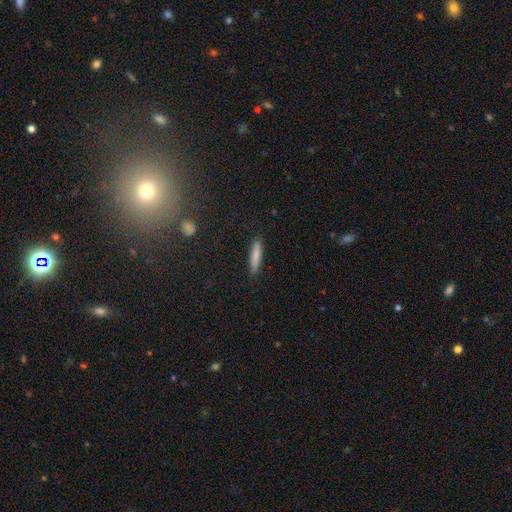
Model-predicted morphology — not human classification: Smooth or featured?
  - smooth: 81% *
  - featured or disk: 13%
  - star or artifact: 7%
How rounded?
  - cigar-shaped: 90% *
  - in between: 9%
  - round: 1%
Merging?
  - none: 89% *
  - minor disturbance: 8%
  - major disturbance: 2%
  - merger: 1%